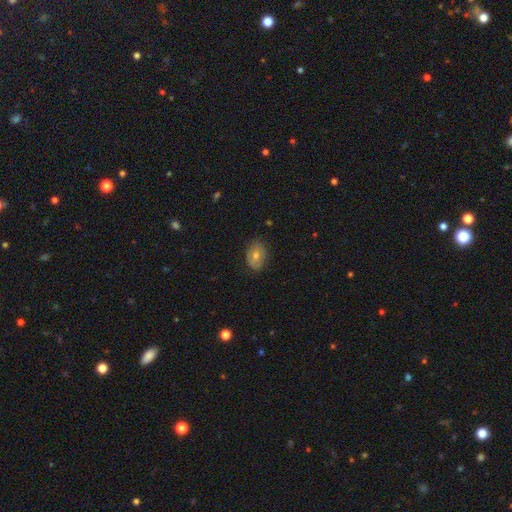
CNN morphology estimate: type=smooth (54%); roundness=in between (73%); merging=none (81%).